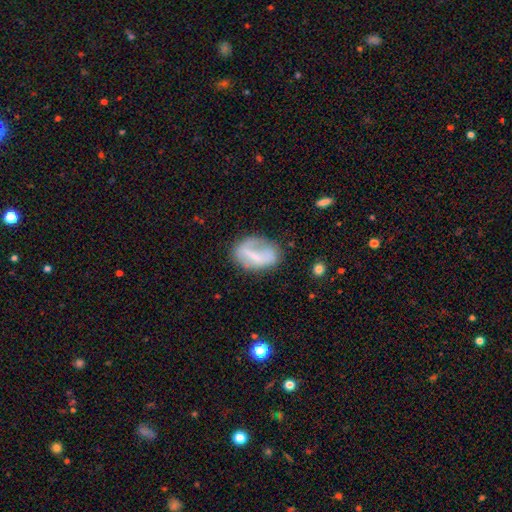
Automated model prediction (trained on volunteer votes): Morphology: type=smooth (47%); merging=none (57%).